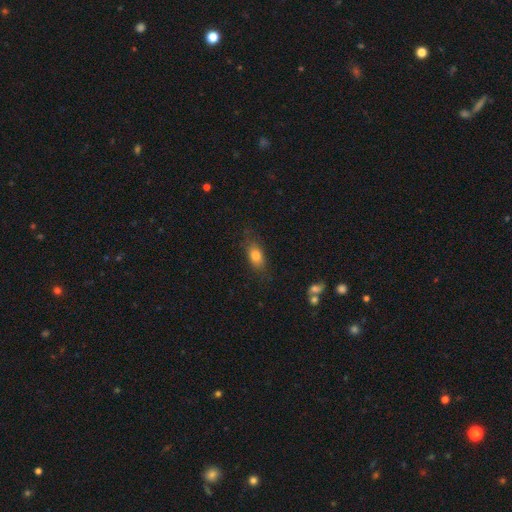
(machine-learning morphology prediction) Smooth or featured? Predicted: smooth (p=0.78). How rounded? Predicted: in between (p=0.79). Merging? Predicted: none (p=0.73).